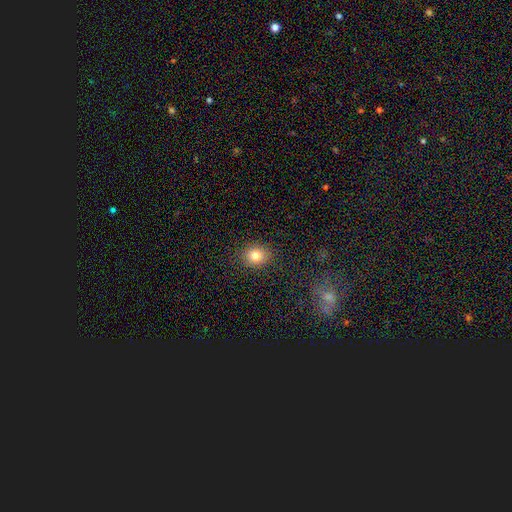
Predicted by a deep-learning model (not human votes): smooth_or_featured: smooth (p=0.81) [alt: star or artifact p=0.11]
how_rounded: round (p=0.69) [alt: in between p=0.30]
merging: none (p=0.89) [alt: minor disturbance p=0.08]